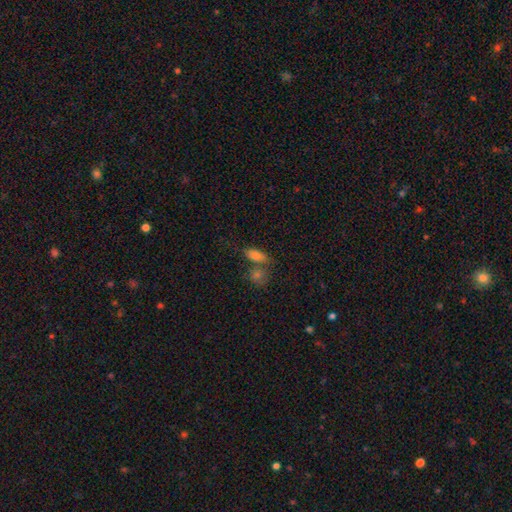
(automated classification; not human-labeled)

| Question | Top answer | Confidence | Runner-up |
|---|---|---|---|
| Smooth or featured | smooth | 77% | featured or disk (13%) |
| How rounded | in between | 77% | cigar-shaped (15%) |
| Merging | none | 49% | merger (33%) |